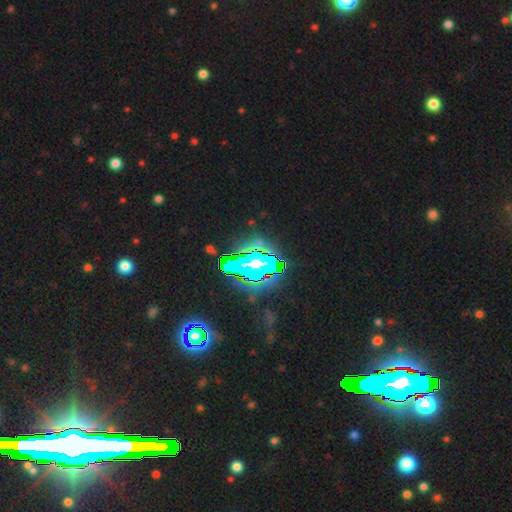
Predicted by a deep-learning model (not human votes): Smooth or featured: star or artifact — 78% (featured or disk — 12%)